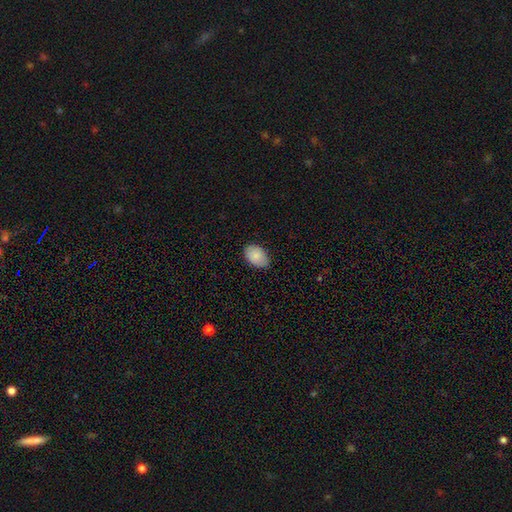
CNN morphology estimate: A smooth galaxy with no disk features (87%) that is in between round and cigar-shaped (88%). Merging: none (84%).